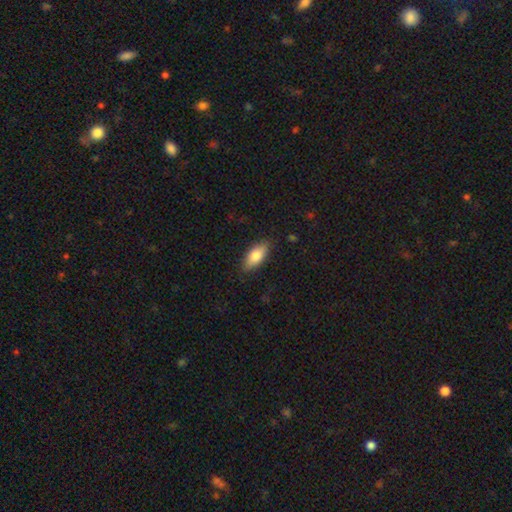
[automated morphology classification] smooth_or_featured: smooth (p=0.78) [alt: featured or disk p=0.16]
how_rounded: in between (p=0.83) [alt: cigar-shaped p=0.14]
merging: none (p=0.85) [alt: minor disturbance p=0.12]